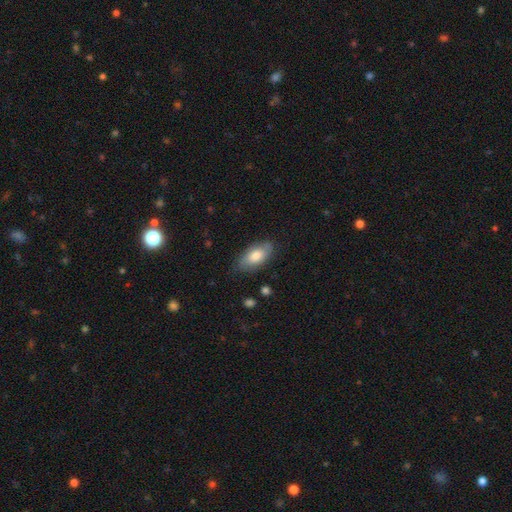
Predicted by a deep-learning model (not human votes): Smooth or featured: smooth — 73% (featured or disk — 21%)
How rounded: in between — 92% (cigar-shaped — 5%)
Merging: none — 77% (minor disturbance — 18%)